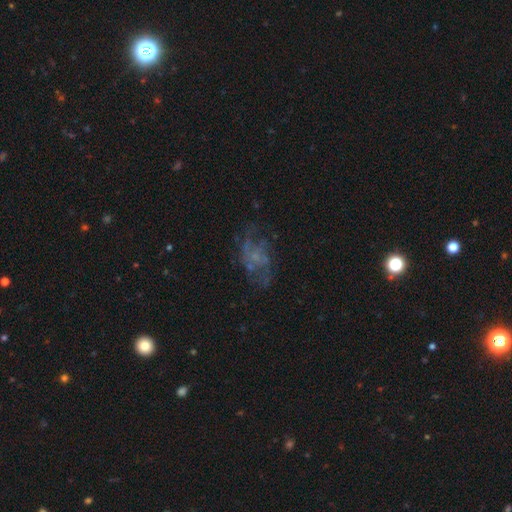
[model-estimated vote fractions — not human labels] smooth_or_featured: featured or disk (p=0.61) [alt: smooth p=0.22]
disk_edge_on: no (p=0.97) [alt: yes p=0.03]
bar: no (p=0.80) [alt: weak p=0.17]
has_spiral_arms: yes (p=0.53) [alt: no p=0.47]
bulge_size: none (p=0.60) [alt: small p=0.27]
merging: none (p=0.52) [alt: major disturbance p=0.27]